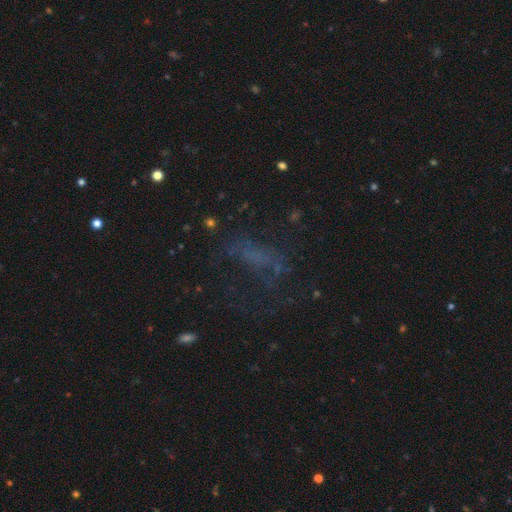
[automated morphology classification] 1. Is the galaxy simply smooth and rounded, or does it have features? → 36% star or artifact, 35% smooth, 29% featured or disk.